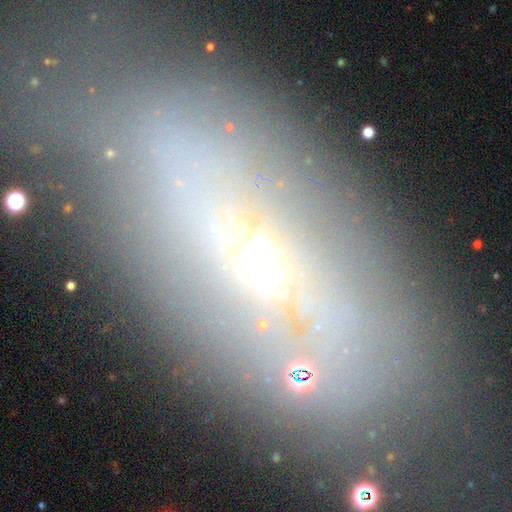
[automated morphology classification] Smooth or featured? featured or disk (45%)
Merging? none (59%)